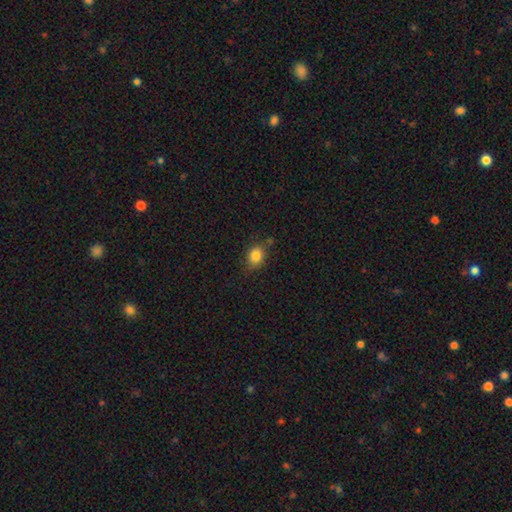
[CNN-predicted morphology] smooth_or_featured: smooth (p=0.84) [alt: star or artifact p=0.10]
how_rounded: round (p=0.54) [alt: in between p=0.45]
merging: none (p=0.72) [alt: minor disturbance p=0.19]